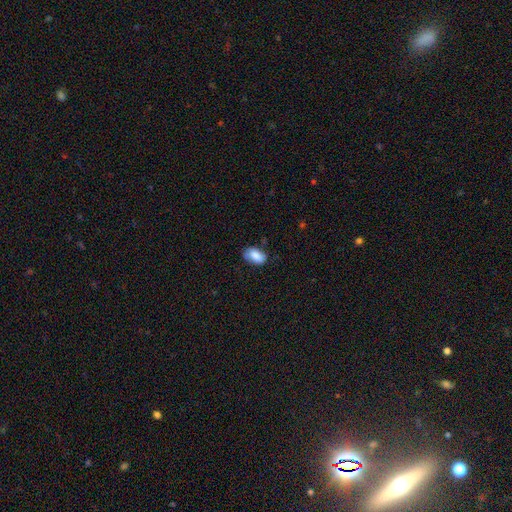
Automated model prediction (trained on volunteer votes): smooth 82%, featured or disk 11%, star or artifact 7%. Down the decision tree: how rounded — in between (91%); merging — none (65%).